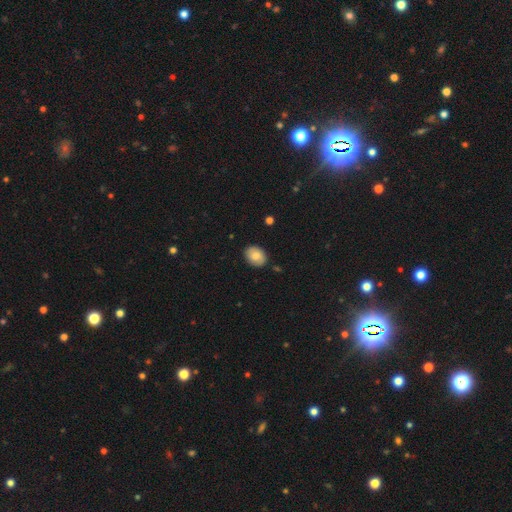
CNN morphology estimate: Smooth or featured?
  - smooth: 79% *
  - featured or disk: 13%
  - star or artifact: 8%
How rounded?
  - in between: 61% *
  - round: 38%
  - cigar-shaped: 1%
Merging?
  - none: 86% *
  - minor disturbance: 11%
  - major disturbance: 2%
  - merger: 1%